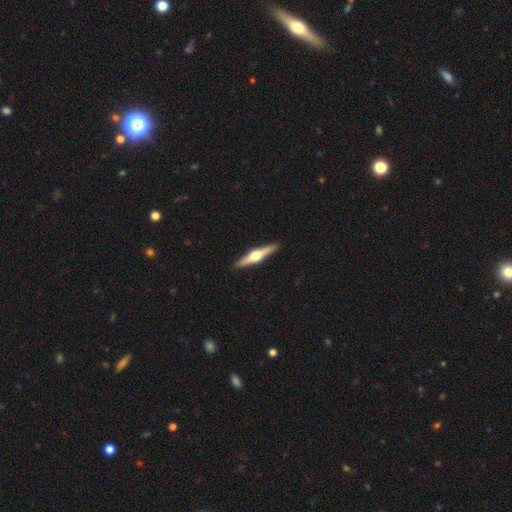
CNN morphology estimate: smooth_or_featured: featured or disk (p=0.75) [alt: smooth p=0.20]
disk_edge_on: yes (p=0.98) [alt: no p=0.02]
edge_on_bulge: rounded (p=0.96) [alt: boxy p=0.03]
merging: none (p=0.92) [alt: minor disturbance p=0.06]